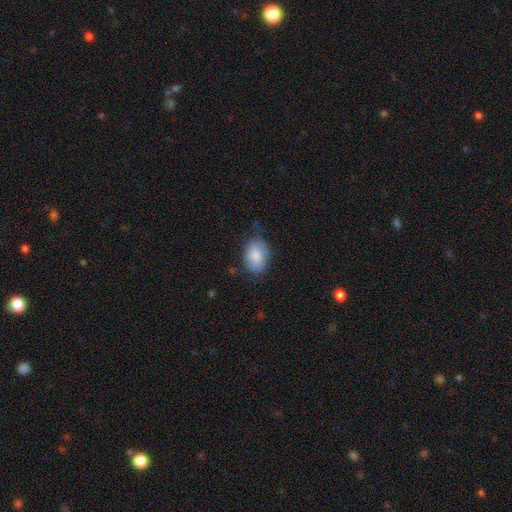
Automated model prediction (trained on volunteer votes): The model was most divided on "merging": none: 68%, minor disturbance: 24%, major disturbance: 6%, merger: 2%. More confident: how rounded — in between (85%); smooth or featured — smooth (84%).